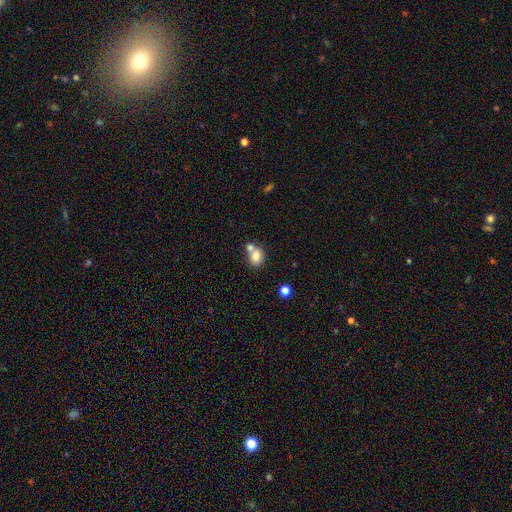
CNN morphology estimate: type=smooth (78%); roundness=round (52%); merging=merger (49%).